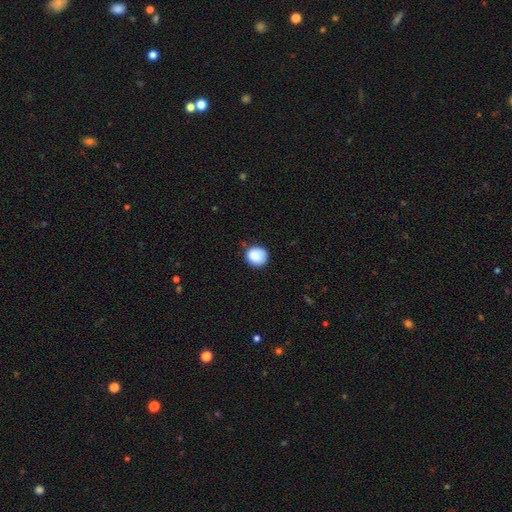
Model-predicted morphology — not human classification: Overall: smooth (87%). How rounded: round (84%). Merging: none (79%).